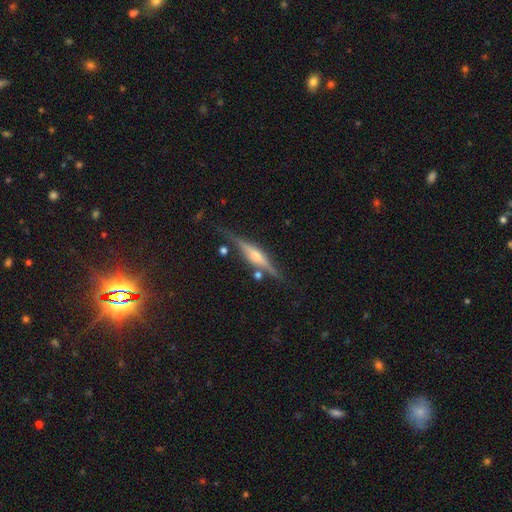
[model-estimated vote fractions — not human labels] A featured or disk galaxy (81%) viewed edge-on (97%) with a rounded central bulge (84%). Merging: none (82%).